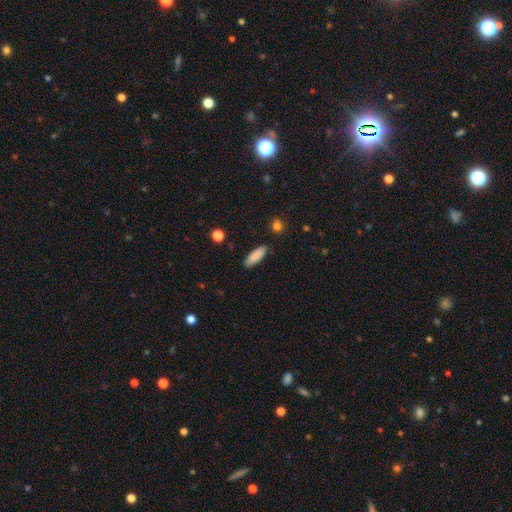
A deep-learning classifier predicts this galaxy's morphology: Q: Smooth or featured?
A: smooth (88%); runner-up: star or artifact (7%)
Q: How rounded?
A: in between (62%); runner-up: cigar-shaped (36%)
Q: Merging?
A: none (86%); runner-up: minor disturbance (10%)